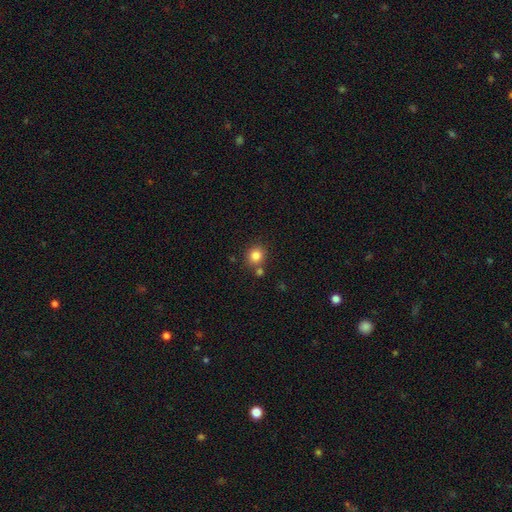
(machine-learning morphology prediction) type=smooth (83%); roundness=round (86%); merging=none (73%).